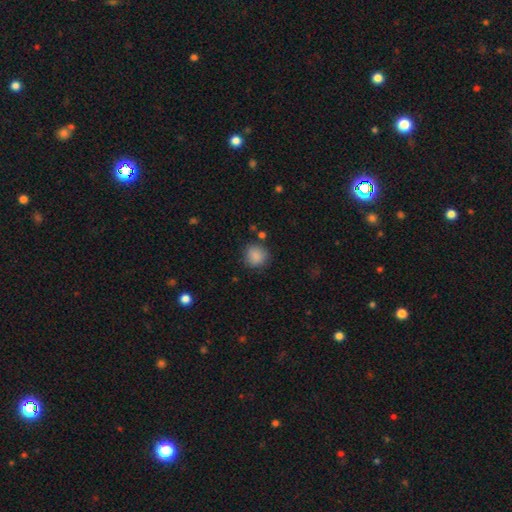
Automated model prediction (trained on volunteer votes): Smooth or featured? smooth (87%)
How rounded? round (87%)
Merging? none (81%)